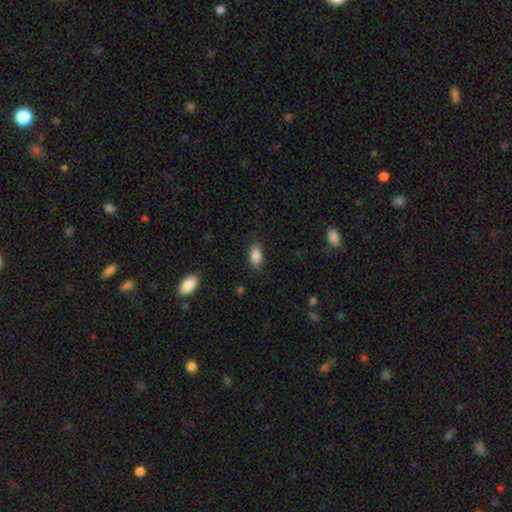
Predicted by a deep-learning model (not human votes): This is clearly a smooth galaxy (86%). How rounded: clearly in between (89%). Merging: clearly none (82%).